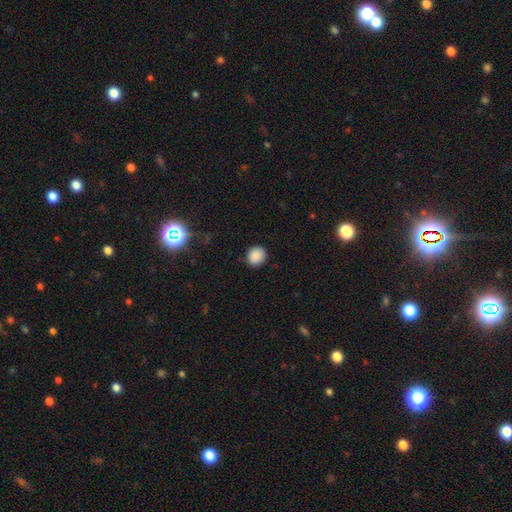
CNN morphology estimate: type=smooth (87%); roundness=round (85%); merging=none (89%).